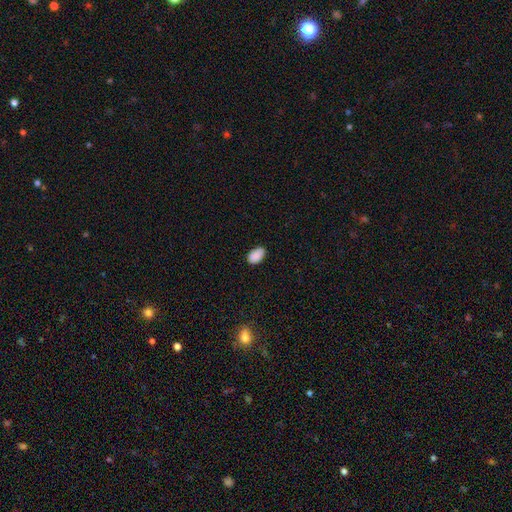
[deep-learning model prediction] A smooth galaxy with no disk features (89%) that is in between round and cigar-shaped (93%).

Vote fractions:
- Smooth or featured? smooth: 89% / star or artifact: 8% / featured or disk: 3%
- How rounded? in between: 93% / round: 6% / cigar-shaped: 1%
- Merging? none: 81% / minor disturbance: 15% / major disturbance: 3% / merger: 1%